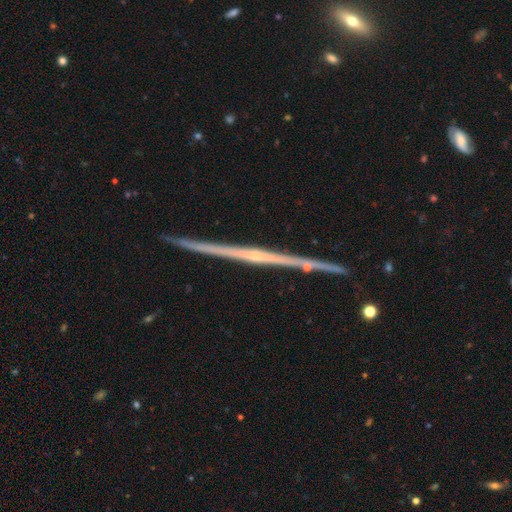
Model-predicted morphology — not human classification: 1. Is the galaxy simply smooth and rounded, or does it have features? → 82% featured or disk, 11% smooth, 7% star or artifact.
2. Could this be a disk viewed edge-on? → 98% yes, 2% no.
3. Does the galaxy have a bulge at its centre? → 59% none, 32% rounded, 9% boxy.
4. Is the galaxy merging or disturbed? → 89% none, 8% minor disturbance, 2% merger, 2% major disturbance.